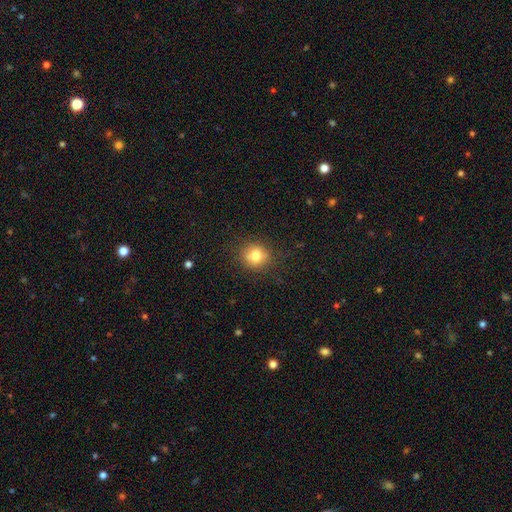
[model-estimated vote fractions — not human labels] smooth-or-featured: smooth: 77% | star or artifact: 12% | featured or disk: 11%
  how-rounded: round: 83% | in between: 16% | cigar-shaped: 1%
  merging: none: 82% | minor disturbance: 12% | major disturbance: 3% | merger: 3%